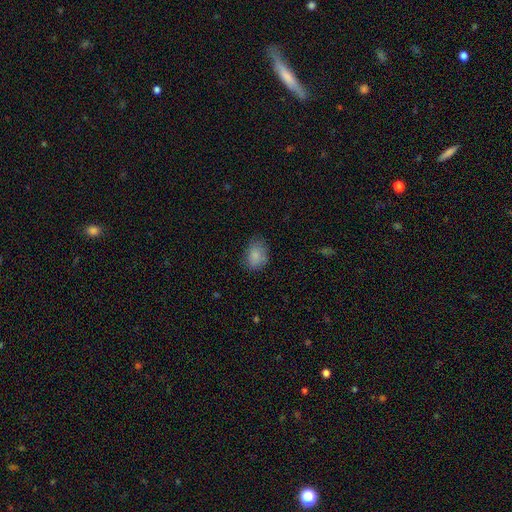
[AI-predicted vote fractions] This appears to be a smooth galaxy with no disk features (84%) that is in between round and cigar-shaped (72%). Merging: none (70%).